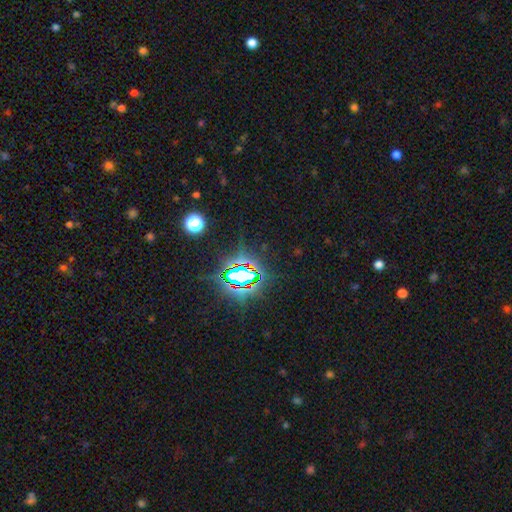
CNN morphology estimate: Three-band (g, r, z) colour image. It shows a star or artifact, not a galaxy (82%).